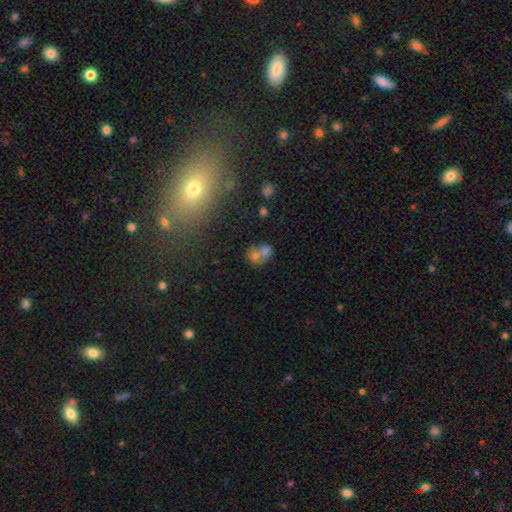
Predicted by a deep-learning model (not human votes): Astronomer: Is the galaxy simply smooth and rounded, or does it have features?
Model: smooth — 64%.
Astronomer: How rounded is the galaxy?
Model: round — 59% (runner-up: in between, 39%).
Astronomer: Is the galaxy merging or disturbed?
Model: merger — 60%.